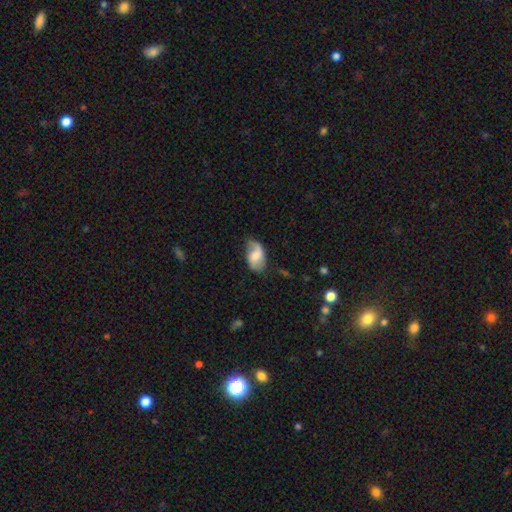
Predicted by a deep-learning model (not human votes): Overall: featured or disk (55%; smooth 38%). Edge-on disk: no (96%). Bar: weak (45%; no 44%). Spiral arms: yes (88%). Bulge size: moderate (44%; small 31%). Merging: none (59%; minor disturbance 29%).